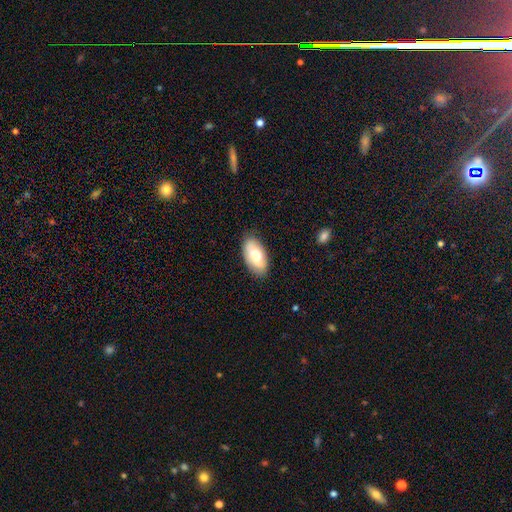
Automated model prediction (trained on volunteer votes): This appears to be a smooth galaxy with no disk features (71%) that is in between round and cigar-shaped (94%). Merging: none (83%).